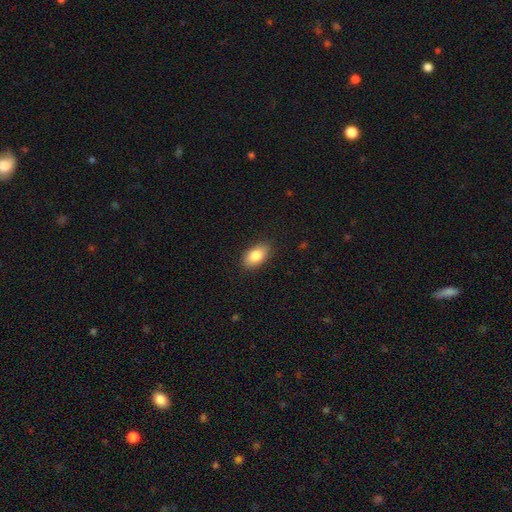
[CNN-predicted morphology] Q: Smooth or featured?
A: smooth (83%); runner-up: featured or disk (10%)
Q: How rounded?
A: in between (91%); runner-up: round (7%)
Q: Merging?
A: none (86%); runner-up: minor disturbance (11%)